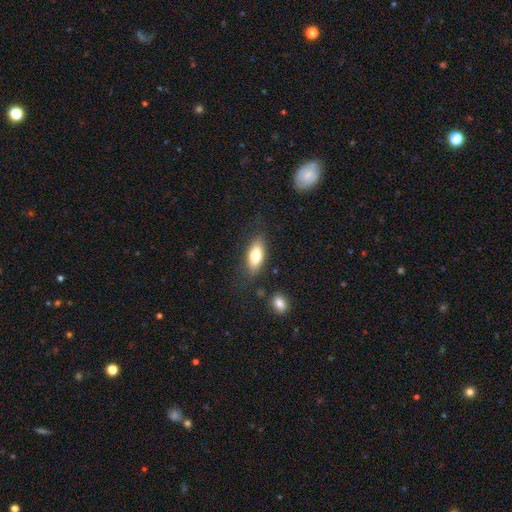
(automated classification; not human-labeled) Smooth or featured? smooth (77%)
How rounded? in between (82%)
Merging? none (80%)